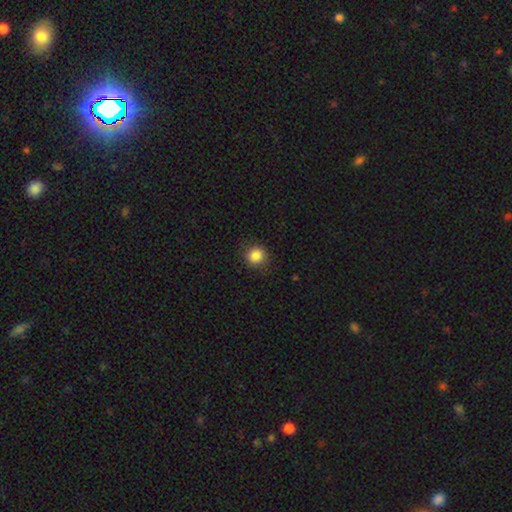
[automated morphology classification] smooth_or_featured: smooth (p=0.86) [alt: star or artifact p=0.10]
how_rounded: round (p=0.89) [alt: in between p=0.10]
merging: none (p=0.88) [alt: minor disturbance p=0.09]